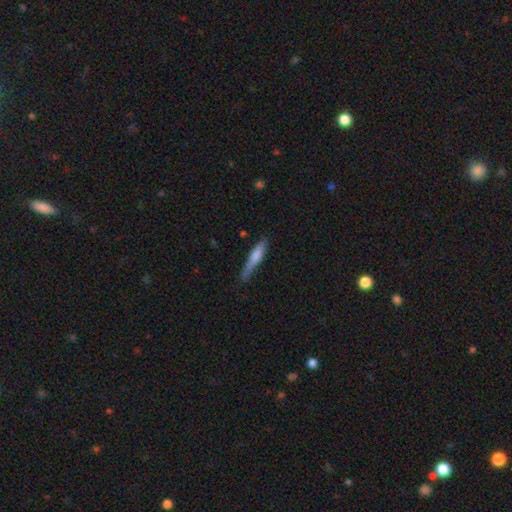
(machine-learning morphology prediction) A smooth galaxy with no disk features (52%) that is cigar-shaped (91%). Merging: none (68%).